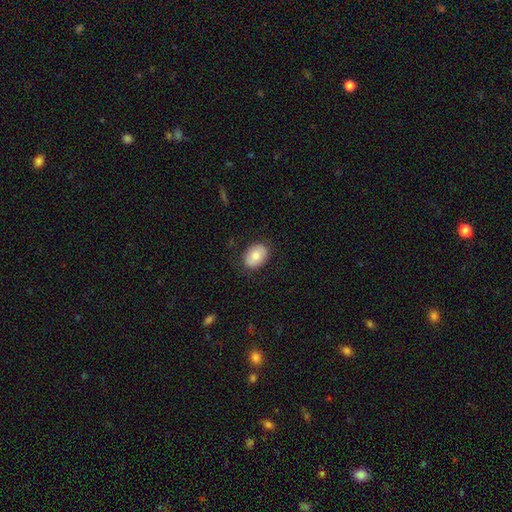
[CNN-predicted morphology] smooth-or-featured: smooth: 78% | featured or disk: 15% | star or artifact: 7%
  how-rounded: in between: 72% | round: 27% | cigar-shaped: 1%
  merging: none: 83% | minor disturbance: 12% | major disturbance: 3% | merger: 1%